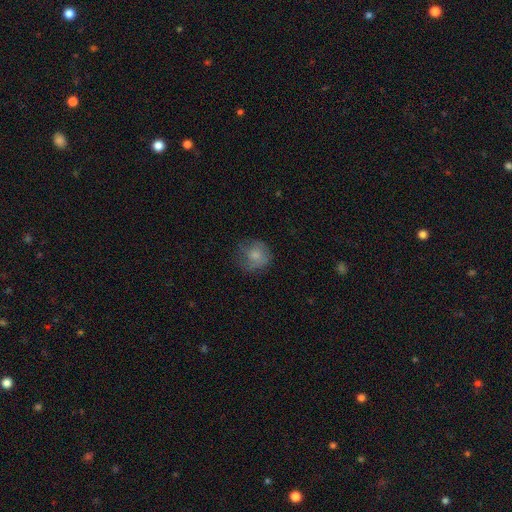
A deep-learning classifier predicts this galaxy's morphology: Smooth or featured: smooth — 68% (featured or disk — 23%)
How rounded: round — 82% (in between — 17%)
Merging: none — 59% (minor disturbance — 24%)